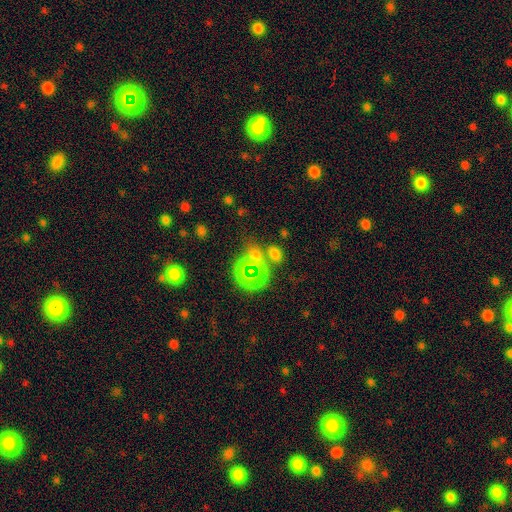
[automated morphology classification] A star or artifact, not a galaxy (49%).

Vote fractions:
- Smooth or featured? star or artifact: 49% / smooth: 43% / featured or disk: 8%